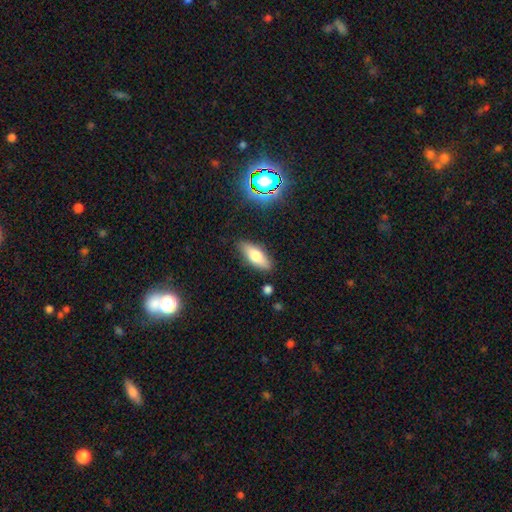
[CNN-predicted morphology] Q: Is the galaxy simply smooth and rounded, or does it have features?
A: smooth — 68%.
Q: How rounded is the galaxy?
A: in between — 70%.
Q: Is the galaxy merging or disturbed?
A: none — 84%.